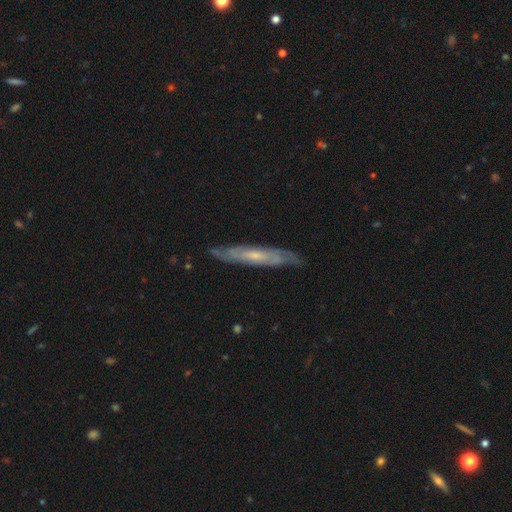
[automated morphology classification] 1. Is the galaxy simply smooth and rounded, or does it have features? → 69% featured or disk, 25% smooth, 6% star or artifact.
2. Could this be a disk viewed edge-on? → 62% yes, 38% no.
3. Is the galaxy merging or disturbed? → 81% none, 14% minor disturbance, 3% major disturbance, 1% merger.